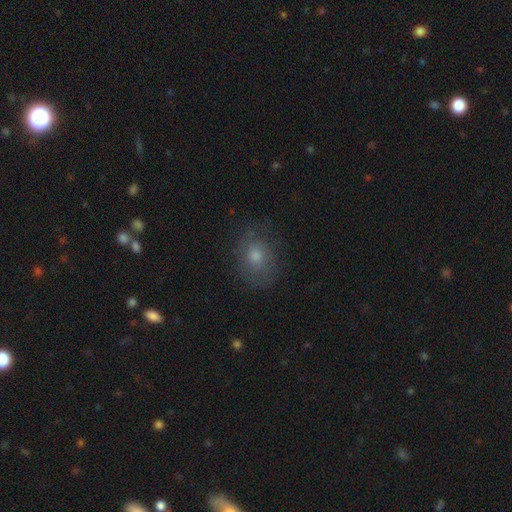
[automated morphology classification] A smooth galaxy with no disk features (61%) that is round (53%). Merging: none (78%).